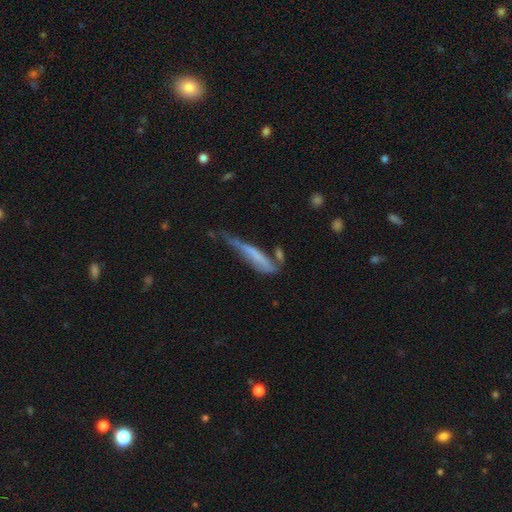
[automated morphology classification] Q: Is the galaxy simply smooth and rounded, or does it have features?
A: smooth — 50%.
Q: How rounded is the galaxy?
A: cigar-shaped — 83%.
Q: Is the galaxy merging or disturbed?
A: major disturbance — 34%.